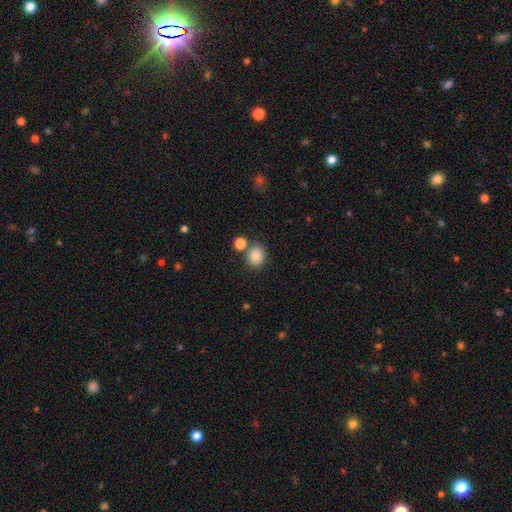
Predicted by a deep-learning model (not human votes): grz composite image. It shows a smooth galaxy with no disk features (84%) that is round (68%). Merging: none (73%).